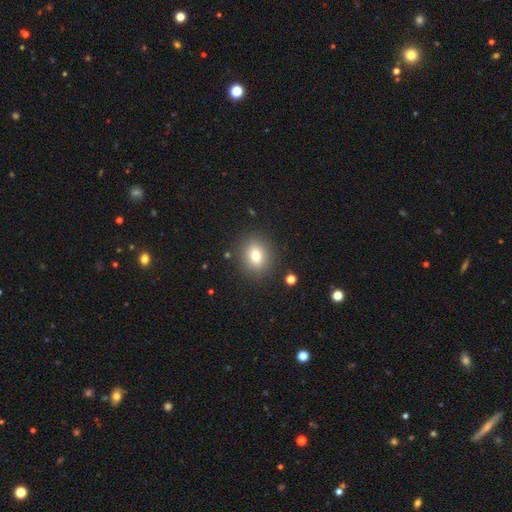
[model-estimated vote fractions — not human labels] Smooth or featured: smooth — 75% (featured or disk — 13%)
How rounded: round — 64% (in between — 35%)
Merging: none — 87% (minor disturbance — 8%)